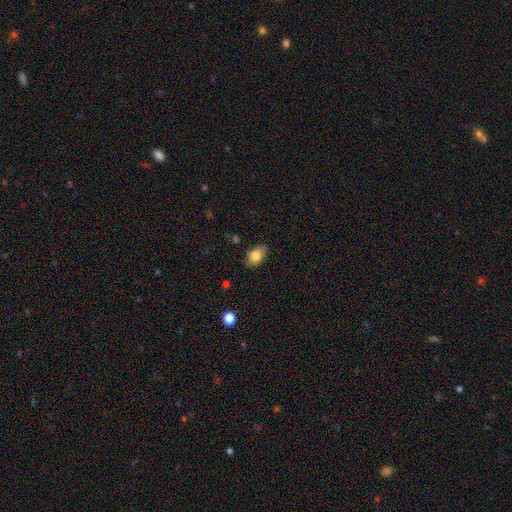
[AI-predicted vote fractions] Smooth or featured?
  - smooth: 80% *
  - featured or disk: 12%
  - star or artifact: 8%
How rounded?
  - in between: 85% *
  - round: 13%
  - cigar-shaped: 2%
Merging?
  - none: 76% *
  - minor disturbance: 19%
  - major disturbance: 3%
  - merger: 2%